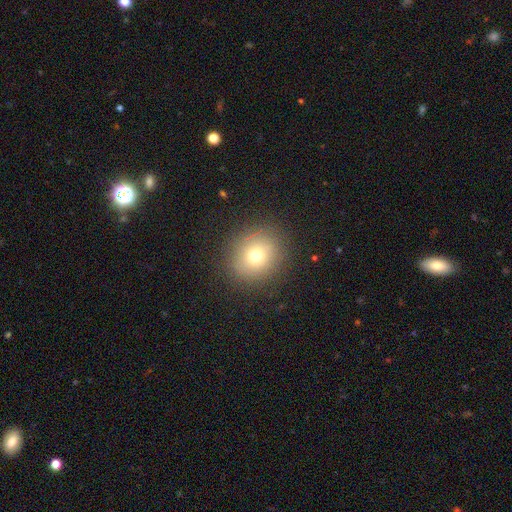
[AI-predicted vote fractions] Smooth or featured? Predicted: smooth (p=0.72). How rounded? Predicted: round (p=0.81). Merging? Predicted: none (p=0.87).